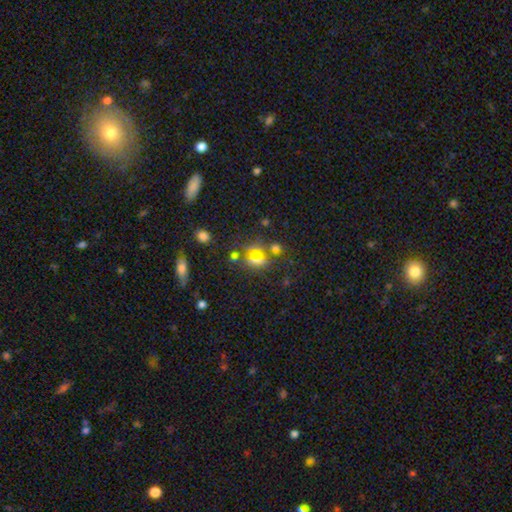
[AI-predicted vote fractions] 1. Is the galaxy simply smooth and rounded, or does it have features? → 47% star or artifact, 41% smooth, 12% featured or disk.